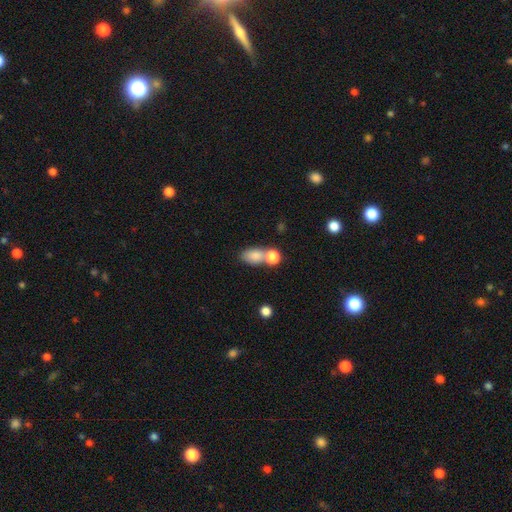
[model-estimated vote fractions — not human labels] This appears to be a smooth galaxy with no disk features (80%) that is in between round and cigar-shaped (77%). Merging: merger (43%).